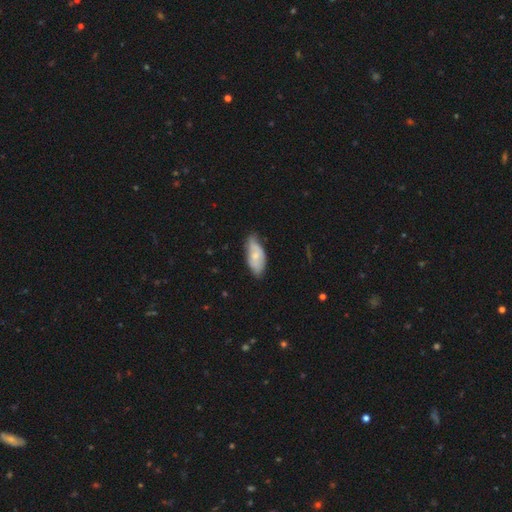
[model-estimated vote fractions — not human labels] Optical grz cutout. It shows a smooth galaxy with no disk features (60%) that is in between round and cigar-shaped (89%). Merging: none (56%).